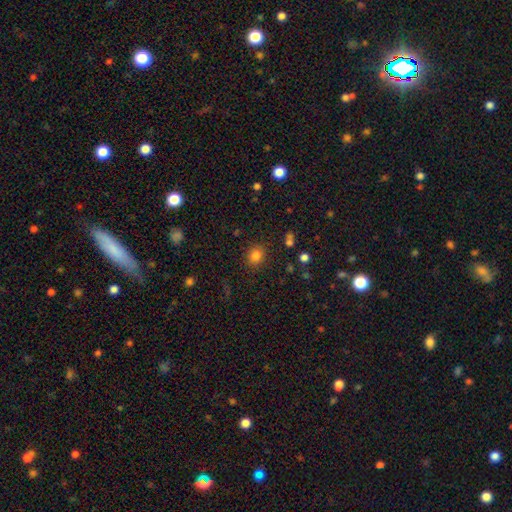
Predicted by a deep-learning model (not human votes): Smooth or featured?
  - smooth: 81% *
  - star or artifact: 13%
  - featured or disk: 6%
How rounded?
  - round: 75% *
  - in between: 24%
  - cigar-shaped: 1%
Merging?
  - none: 86% *
  - minor disturbance: 9%
  - major disturbance: 3%
  - merger: 2%